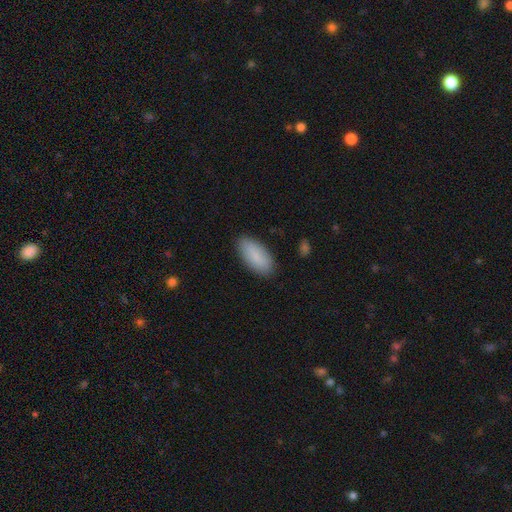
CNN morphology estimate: The model was most divided on "smooth or featured": smooth: 85%, featured or disk: 9%, star or artifact: 6%. More confident: how rounded — in between (87%); merging — none (87%).